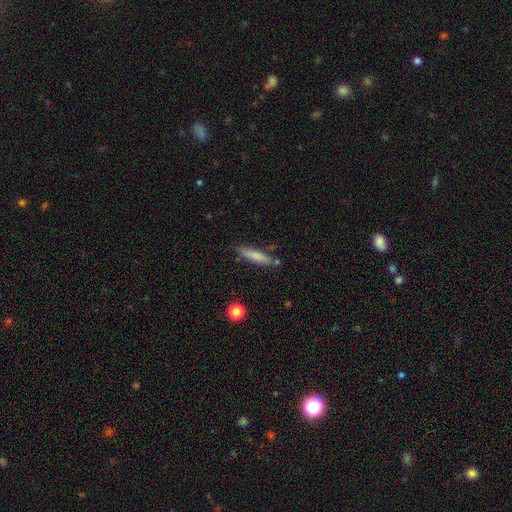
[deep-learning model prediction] The model was most divided on "smooth or featured": smooth: 73%, featured or disk: 20%, star or artifact: 7%. More confident: how rounded — cigar-shaped (84%); merging — none (79%).